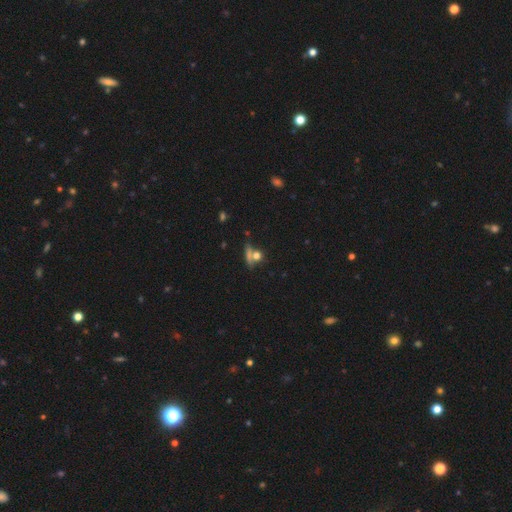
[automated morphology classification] smooth-or-featured: smooth: 65% | featured or disk: 18% | star or artifact: 17%
  how-rounded: round: 60% | in between: 24% | cigar-shaped: 16%
  merging: none: 50% | merger: 29% | minor disturbance: 12% | major disturbance: 10%